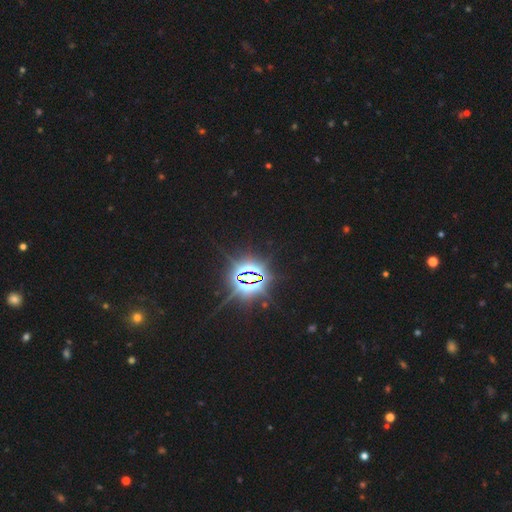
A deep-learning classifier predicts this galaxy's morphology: Smooth or featured: star or artifact — 87% (smooth — 8%)